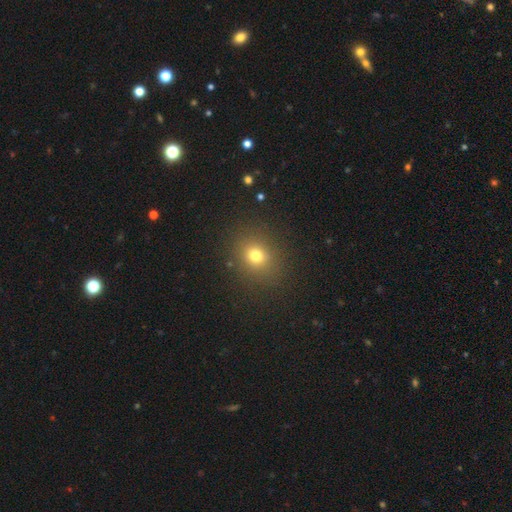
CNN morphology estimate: Q: Smooth or featured?
A: smooth (74%); runner-up: star or artifact (18%)
Q: How rounded?
A: round (72%); runner-up: in between (27%)
Q: Merging?
A: none (87%); runner-up: minor disturbance (8%)